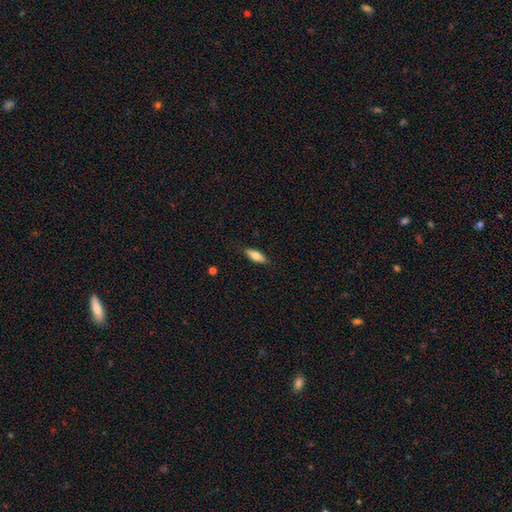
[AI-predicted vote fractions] Smooth or featured? smooth (72%)
How rounded? in between (68%)
Merging? none (85%)